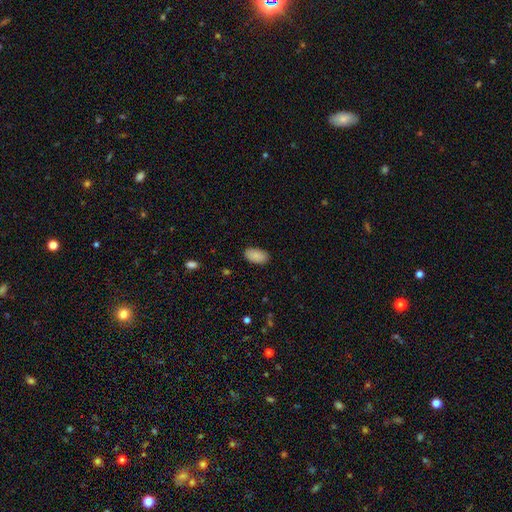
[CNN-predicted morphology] Smooth or featured? smooth (90%)
How rounded? in between (95%)
Merging? none (87%)